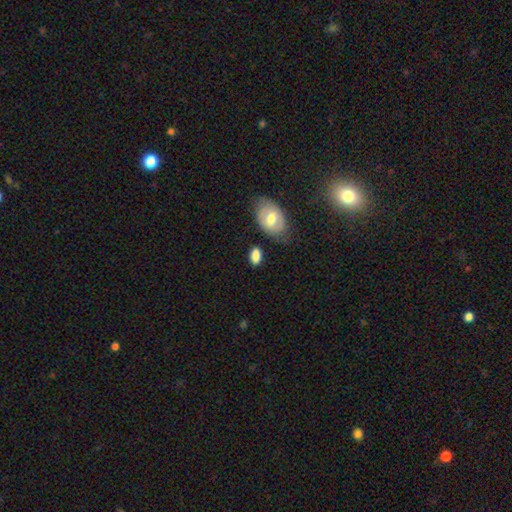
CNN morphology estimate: This is clearly a smooth galaxy (84%). How rounded: clearly in between (88%). Merging: likely none (71%).